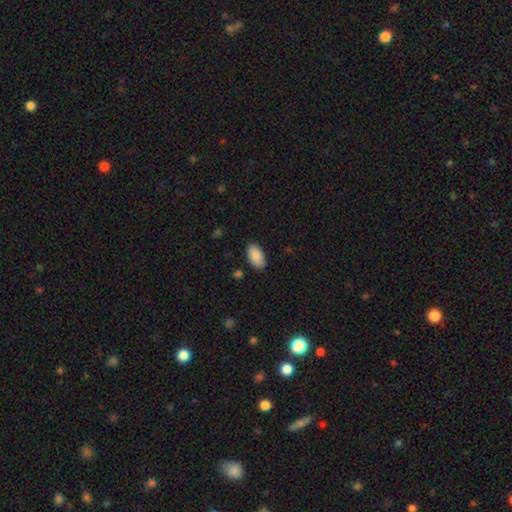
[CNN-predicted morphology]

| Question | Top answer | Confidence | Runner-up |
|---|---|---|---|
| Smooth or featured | smooth | 90% | star or artifact (6%) |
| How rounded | in between | 95% | cigar-shaped (2%) |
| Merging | none | 86% | minor disturbance (10%) |